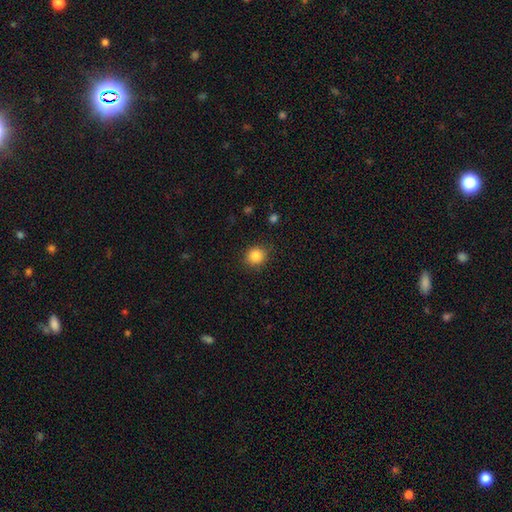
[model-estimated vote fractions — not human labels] Q: Smooth or featured?
A: smooth (86%); runner-up: star or artifact (10%)
Q: How rounded?
A: round (85%); runner-up: in between (14%)
Q: Merging?
A: none (87%); runner-up: minor disturbance (9%)